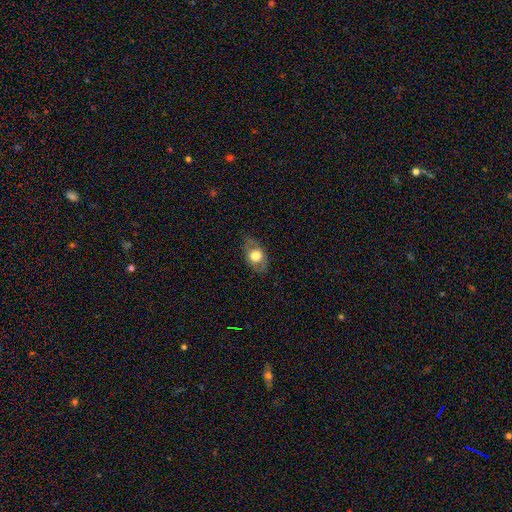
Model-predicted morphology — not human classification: This is likely a smooth galaxy (66%). How rounded: likely in between (74%). Merging: likely none (75%).